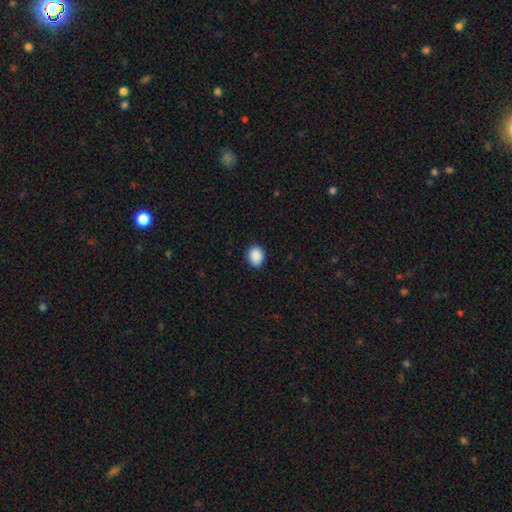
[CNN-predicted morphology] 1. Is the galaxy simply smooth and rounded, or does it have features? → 89% smooth, 8% star or artifact, 3% featured or disk.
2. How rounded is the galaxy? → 55% round, 44% in between, 1% cigar-shaped.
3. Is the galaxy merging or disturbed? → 83% none, 13% minor disturbance, 2% major disturbance, 1% merger.